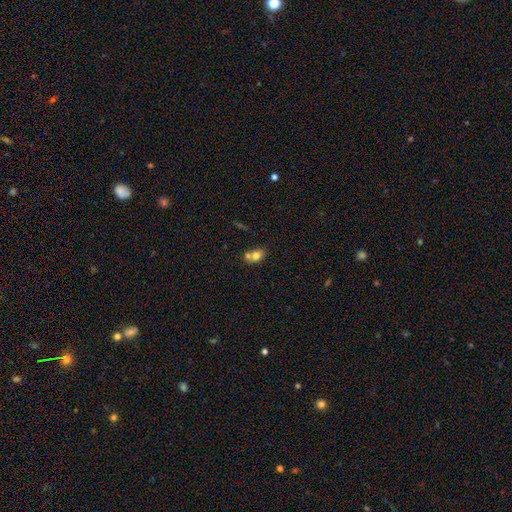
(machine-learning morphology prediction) A smooth galaxy with no disk features (73%) that is in between round and cigar-shaped (61%). Merging: merger (46%).